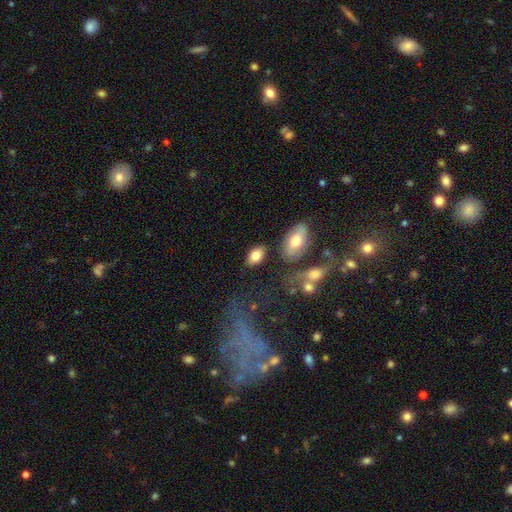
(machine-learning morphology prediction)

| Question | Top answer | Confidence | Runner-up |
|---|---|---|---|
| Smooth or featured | smooth | 81% | featured or disk (12%) |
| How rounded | in between | 90% | round (8%) |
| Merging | none | 77% | minor disturbance (12%) |